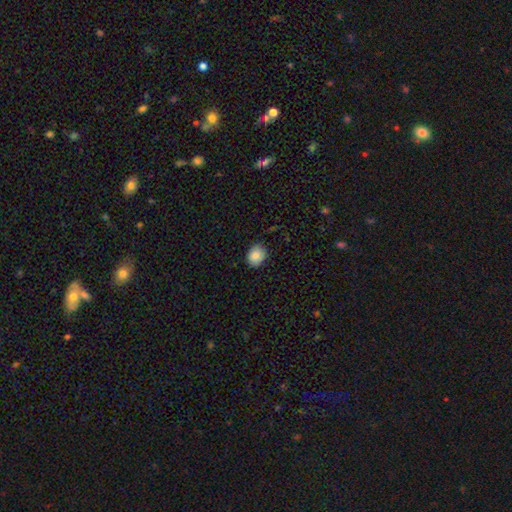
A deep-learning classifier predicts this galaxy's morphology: Smooth or featured? smooth (88%)
How rounded? in between (50%)
Merging? none (85%)